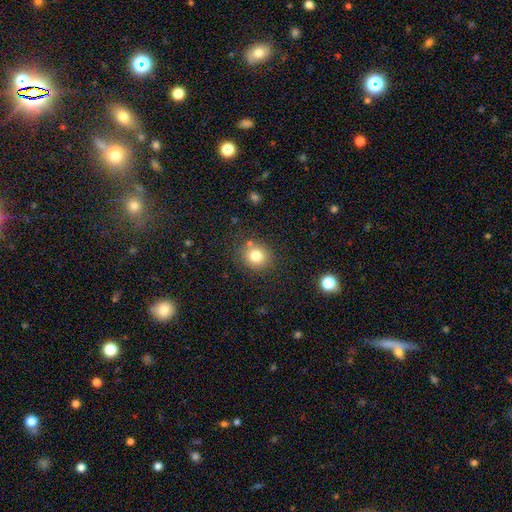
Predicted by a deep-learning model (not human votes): A smooth galaxy with no disk features (79%) that is round (84%). Merging: none (81%).